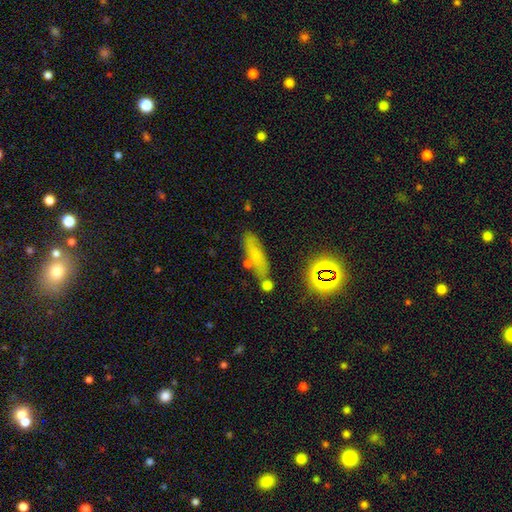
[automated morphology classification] The model was most divided on "how rounded": cigar-shaped: 59%, in between: 36%, round: 5%. More confident: merging — none (69%); smooth or featured — smooth (62%).